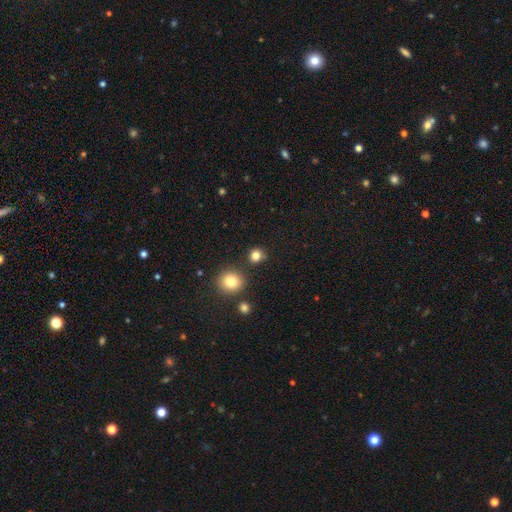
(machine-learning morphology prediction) Smooth or featured?
  - smooth: 82% *
  - star or artifact: 14%
  - featured or disk: 5%
How rounded?
  - round: 87% *
  - in between: 12%
  - cigar-shaped: 1%
Merging?
  - none: 83% *
  - minor disturbance: 8%
  - merger: 6%
  - major disturbance: 3%